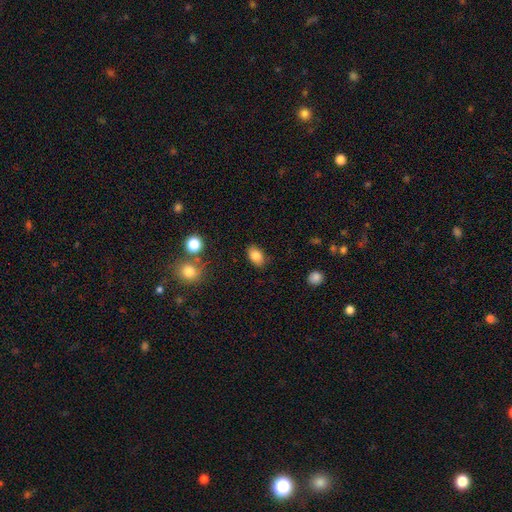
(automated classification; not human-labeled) Smooth or featured? Predicted: smooth (p=0.84). How rounded? Predicted: in between (p=0.84). Merging? Predicted: none (p=0.84).